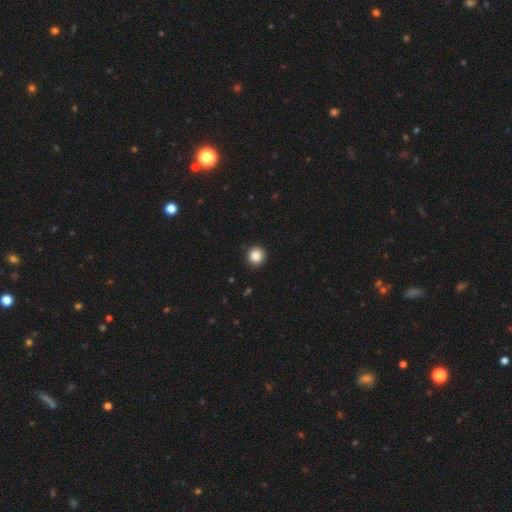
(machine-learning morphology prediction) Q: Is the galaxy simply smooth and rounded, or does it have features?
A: smooth — 86%.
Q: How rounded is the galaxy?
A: round — 92%.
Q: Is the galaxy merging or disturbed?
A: none — 92%.